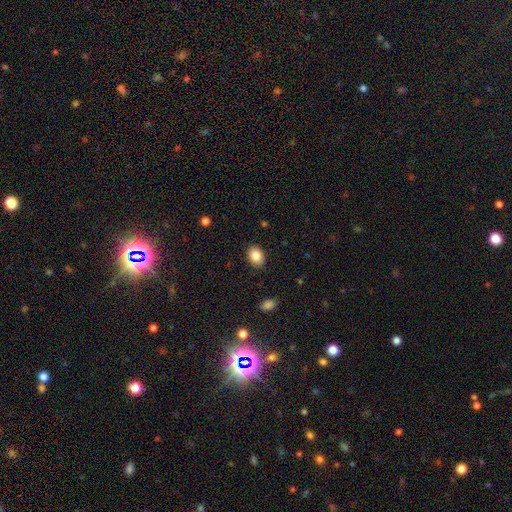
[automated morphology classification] A smooth galaxy with no disk features (85%) that is in between round and cigar-shaped (72%).

Vote fractions:
- Smooth or featured? smooth: 85% / star or artifact: 8% / featured or disk: 7%
- How rounded? in between: 72% / round: 27% / cigar-shaped: 1%
- Merging? none: 89% / minor disturbance: 8% / major disturbance: 2% / merger: 1%